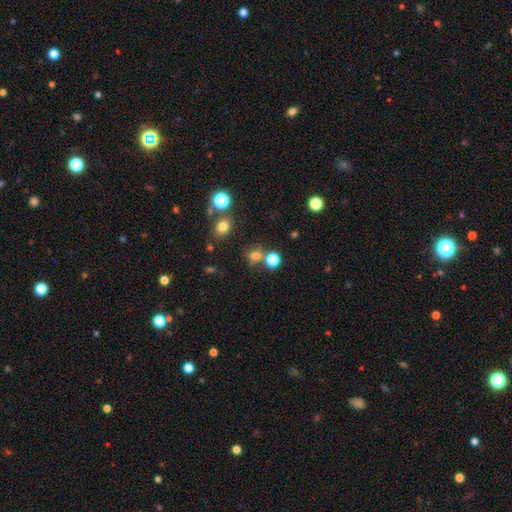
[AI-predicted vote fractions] The model was most divided on "how rounded": round: 68%, in between: 31%, cigar-shaped: 2%. More confident: smooth or featured — smooth (69%); merging — none (59%).